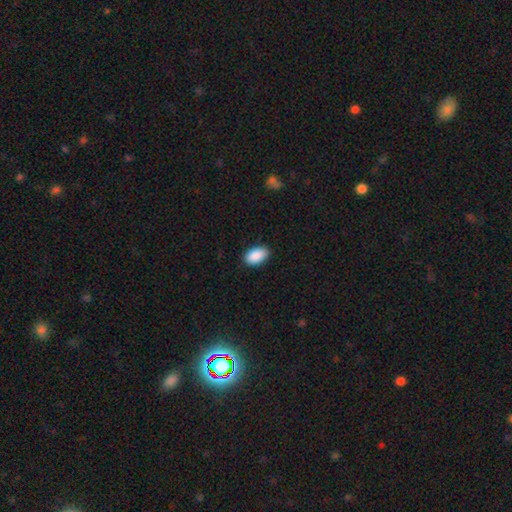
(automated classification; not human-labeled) Overall: smooth (91%). How rounded: in between (94%). Merging: none (88%).